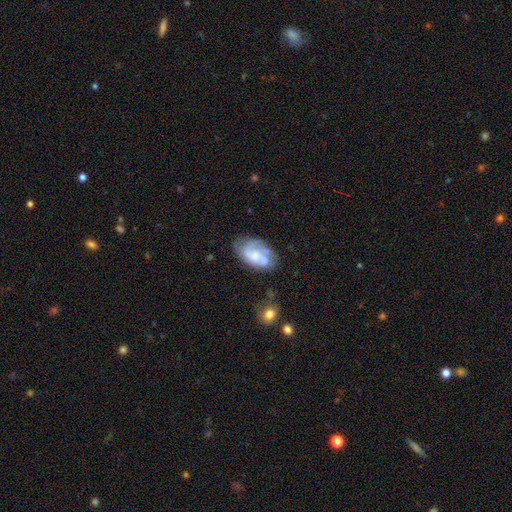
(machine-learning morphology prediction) smooth_or_featured: featured or disk (p=0.57) [alt: smooth p=0.36]
disk_edge_on: no (p=0.96) [alt: yes p=0.04]
bar: no (p=0.73) [alt: weak p=0.23]
has_spiral_arms: yes (p=0.67) [alt: no p=0.33]
bulge_size: moderate (p=0.42) [alt: small p=0.30]
merging: none (p=0.51) [alt: minor disturbance p=0.27]